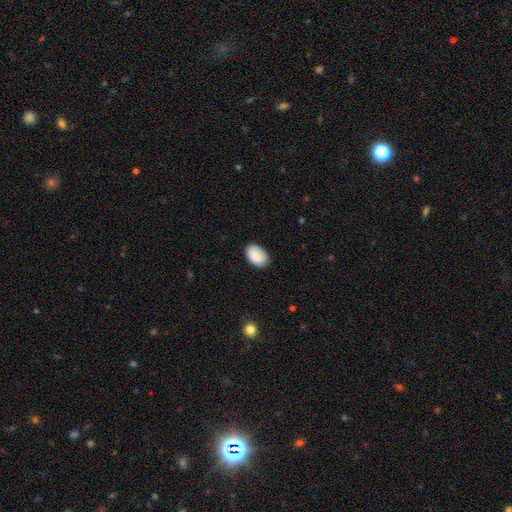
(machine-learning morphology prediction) Overall: smooth (88%). How rounded: in between (90%). Merging: none (82%).